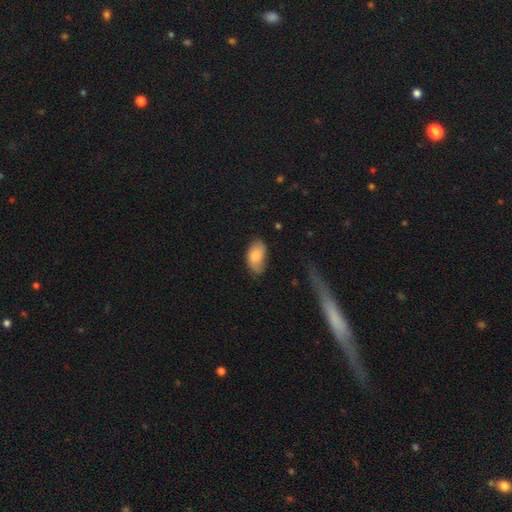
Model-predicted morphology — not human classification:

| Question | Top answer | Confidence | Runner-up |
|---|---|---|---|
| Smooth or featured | smooth | 76% | featured or disk (17%) |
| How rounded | in between | 93% | round (5%) |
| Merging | none | 58% | minor disturbance (32%) |